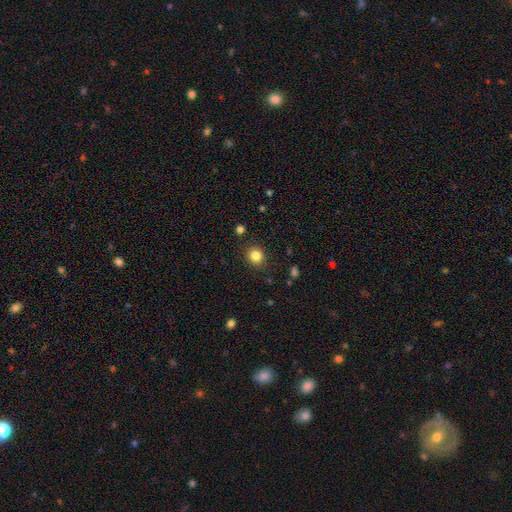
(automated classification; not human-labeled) smooth 84%, star or artifact 12%, featured or disk 5%. Down the decision tree: how rounded — round (84%); merging — none (88%).